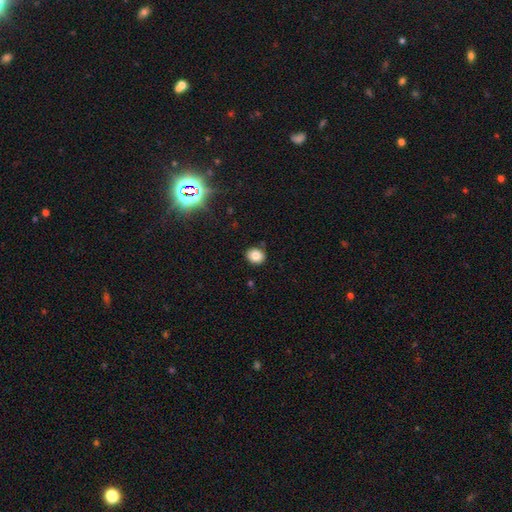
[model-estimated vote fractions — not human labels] Q: Smooth or featured?
A: smooth (84%); runner-up: star or artifact (10%)
Q: How rounded?
A: round (66%); runner-up: in between (33%)
Q: Merging?
A: none (87%); runner-up: minor disturbance (9%)